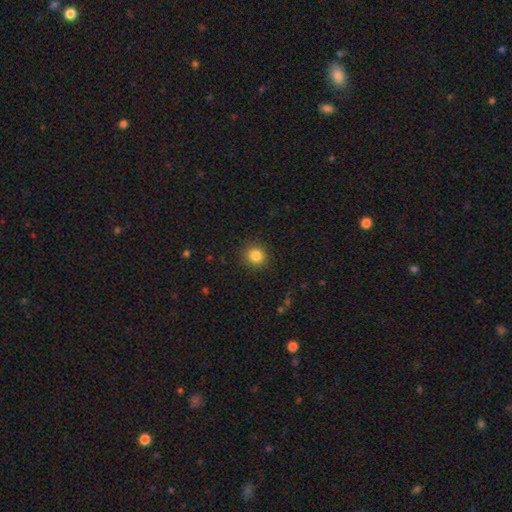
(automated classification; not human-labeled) Smooth or featured: smooth — 84% (star or artifact — 11%)
How rounded: round — 89% (in between — 10%)
Merging: none — 90% (minor disturbance — 7%)